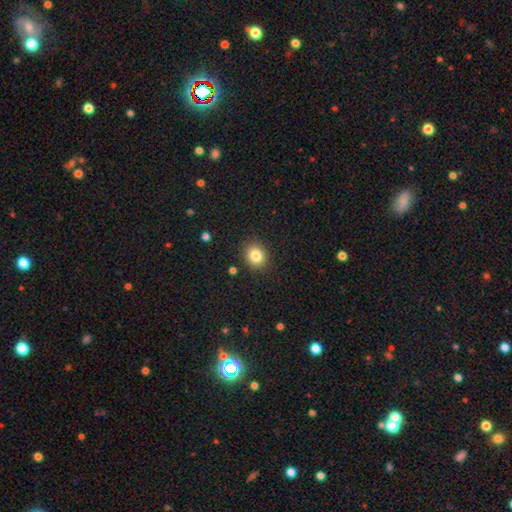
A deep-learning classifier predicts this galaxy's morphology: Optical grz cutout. It shows a smooth galaxy with no disk features (82%) that is round (67%). Merging: none (89%).